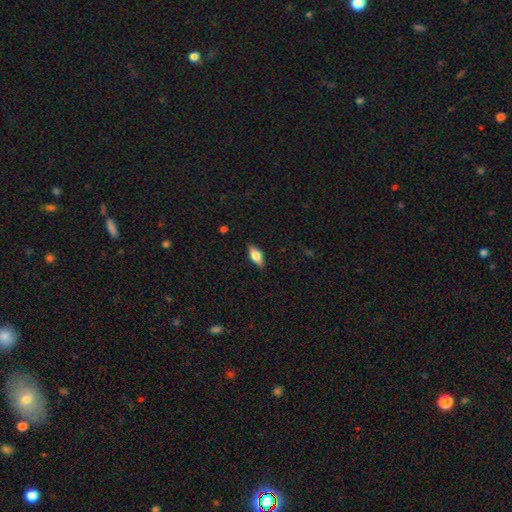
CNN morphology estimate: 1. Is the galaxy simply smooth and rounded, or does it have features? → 63% smooth, 30% featured or disk, 7% star or artifact.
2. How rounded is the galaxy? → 81% in between, 15% cigar-shaped, 4% round.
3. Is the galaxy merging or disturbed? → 84% none, 12% minor disturbance, 2% major disturbance, 1% merger.